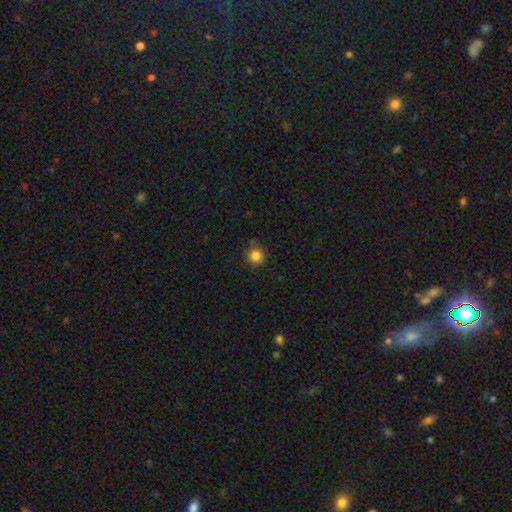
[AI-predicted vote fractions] smooth 84%, star or artifact 12%, featured or disk 5%. Down the decision tree: how rounded — round (93%); merging — none (84%).